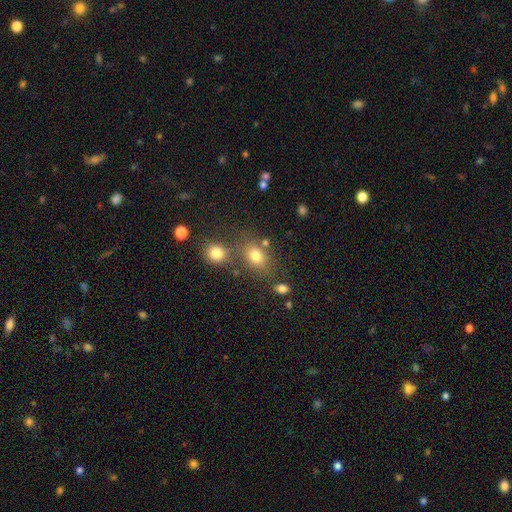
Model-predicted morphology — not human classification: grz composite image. It shows a smooth galaxy with no disk features (77%) that is in between round and cigar-shaped (60%). Merging: none (64%).